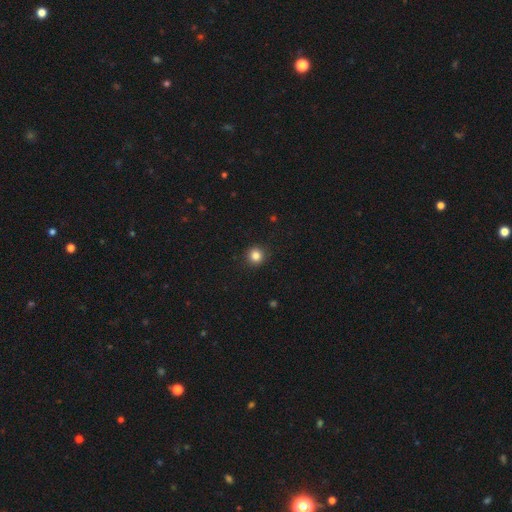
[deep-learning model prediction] A smooth galaxy with no disk features (84%) that is round (93%). Merging: none (92%).